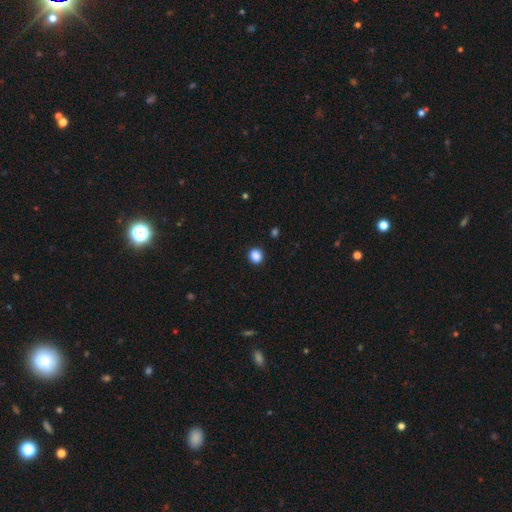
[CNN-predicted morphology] Q: Smooth or featured?
A: smooth (88%); runner-up: star or artifact (10%)
Q: How rounded?
A: round (83%); runner-up: in between (16%)
Q: Merging?
A: none (91%); runner-up: minor disturbance (6%)